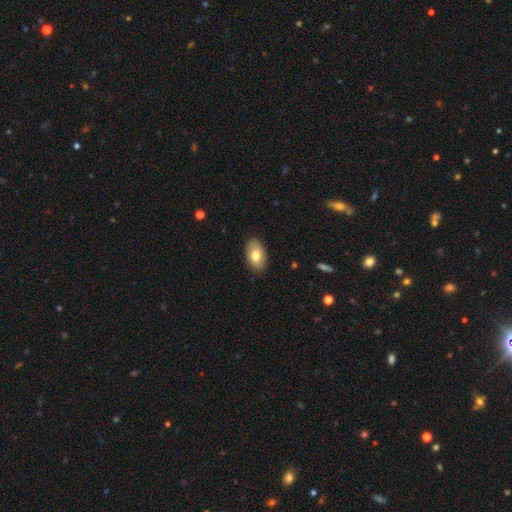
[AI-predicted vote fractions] Smooth or featured: smooth — 77% (featured or disk — 16%)
How rounded: in between — 92% (round — 7%)
Merging: none — 87% (minor disturbance — 10%)